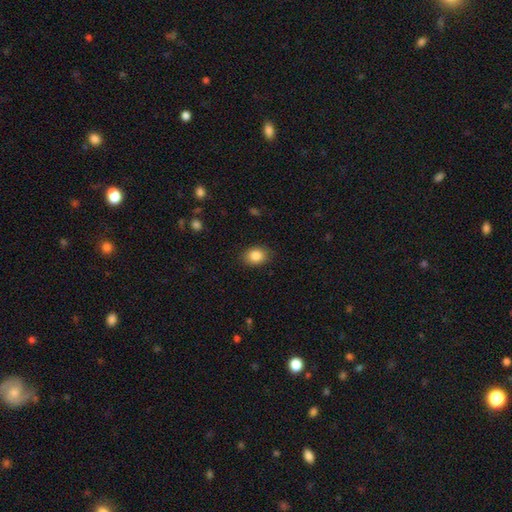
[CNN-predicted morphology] smooth 86%, star or artifact 8%, featured or disk 5%. Down the decision tree: how rounded — in between (63%); merging — none (87%).